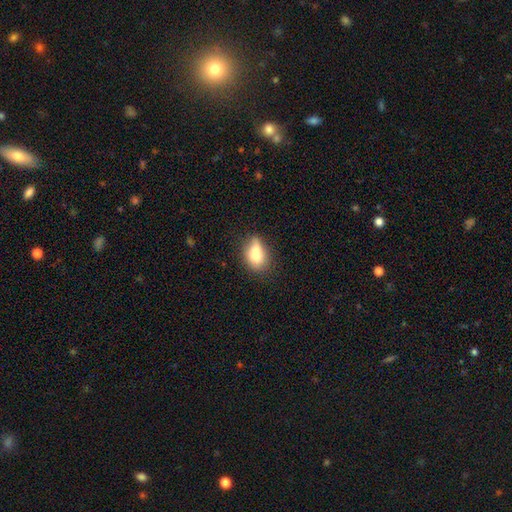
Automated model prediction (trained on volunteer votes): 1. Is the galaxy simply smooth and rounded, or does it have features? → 66% smooth, 25% featured or disk, 9% star or artifact.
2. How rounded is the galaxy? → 73% in between, 21% round, 5% cigar-shaped.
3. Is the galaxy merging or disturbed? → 39% none, 37% merger, 17% minor disturbance, 7% major disturbance.